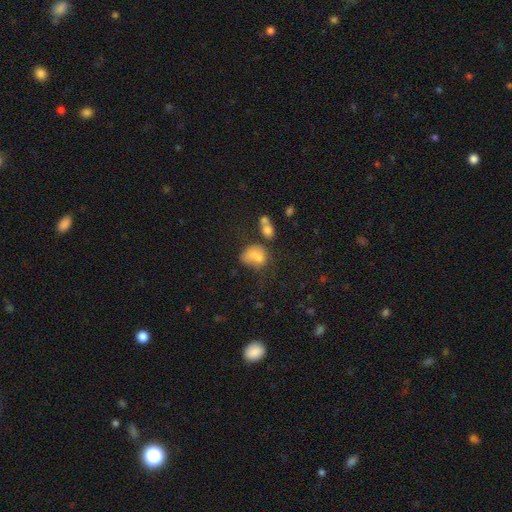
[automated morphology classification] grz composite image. It shows a smooth galaxy with no disk features (69%) that is in between round and cigar-shaped (64%). Merging: merger (31%).